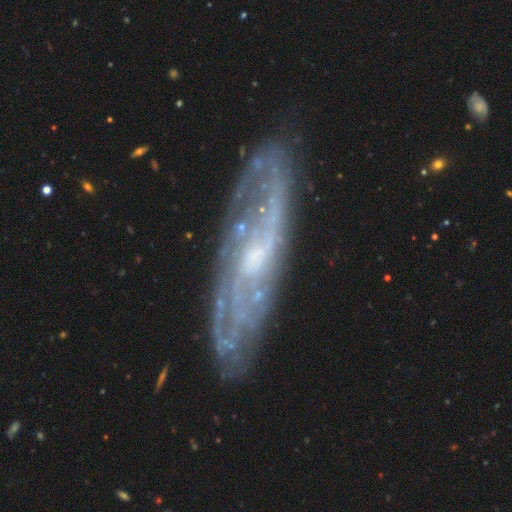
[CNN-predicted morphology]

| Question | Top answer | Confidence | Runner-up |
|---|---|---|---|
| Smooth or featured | featured or disk | 82% | smooth (11%) |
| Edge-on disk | no | 71% | yes (29%) |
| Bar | no | 51% | weak (39%) |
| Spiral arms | yes | 90% | no (10%) |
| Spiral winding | tight | 50% | medium (36%) |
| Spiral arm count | can't tell | 51% | 2 (23%) |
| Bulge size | small | 57% | moderate (33%) |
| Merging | none | 80% | minor disturbance (14%) |